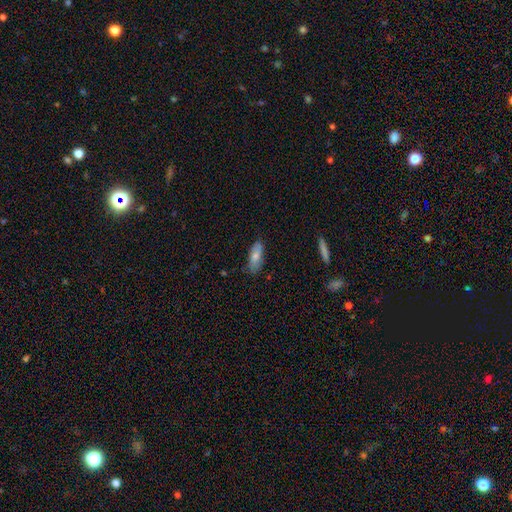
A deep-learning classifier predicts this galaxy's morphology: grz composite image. It shows a smooth galaxy with no disk features (72%) that is in between round and cigar-shaped (78%). Merging: none (75%).